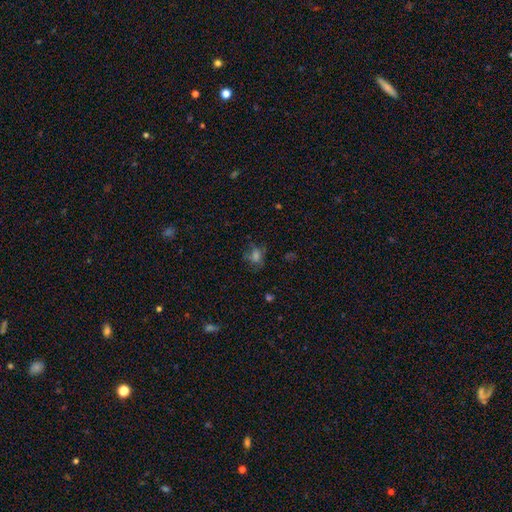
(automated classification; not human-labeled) Smooth or featured?
  - smooth: 55% *
  - star or artifact: 26%
  - featured or disk: 18%
How rounded?
  - round: 66% *
  - in between: 32%
  - cigar-shaped: 2%
Merging?
  - none: 64% *
  - minor disturbance: 20%
  - major disturbance: 13%
  - merger: 3%